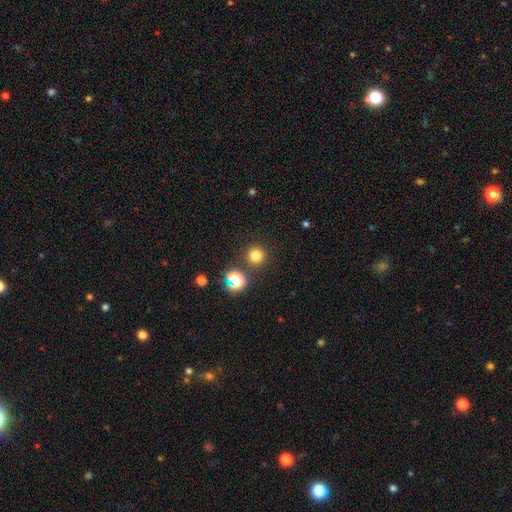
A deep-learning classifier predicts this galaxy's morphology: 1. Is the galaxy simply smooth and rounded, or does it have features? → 77% smooth, 18% star or artifact, 5% featured or disk.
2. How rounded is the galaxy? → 95% round, 4% in between, 1% cigar-shaped.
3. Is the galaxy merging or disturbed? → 87% none, 6% minor disturbance, 4% merger, 3% major disturbance.